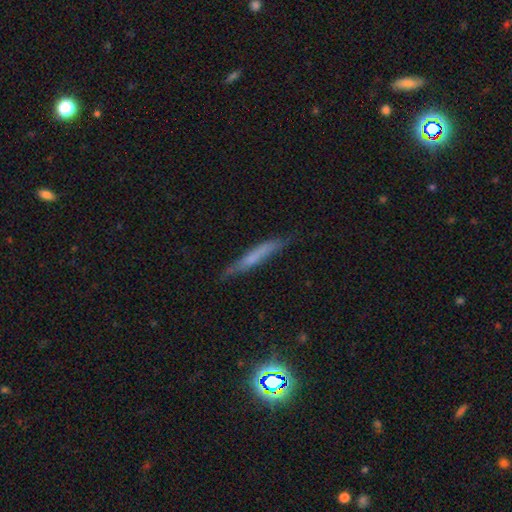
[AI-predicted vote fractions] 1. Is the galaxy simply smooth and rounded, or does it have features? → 55% smooth, 36% featured or disk, 9% star or artifact.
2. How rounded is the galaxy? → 94% cigar-shaped, 5% in between, 2% round.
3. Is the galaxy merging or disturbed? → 76% none, 18% minor disturbance, 4% major disturbance, 2% merger.